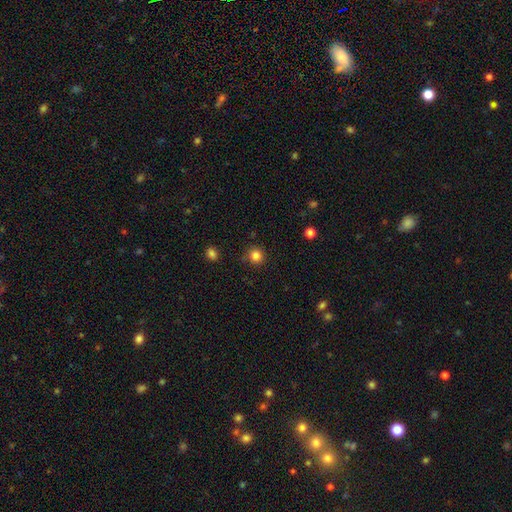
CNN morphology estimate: type=smooth (83%); roundness=round (92%); merging=none (82%).